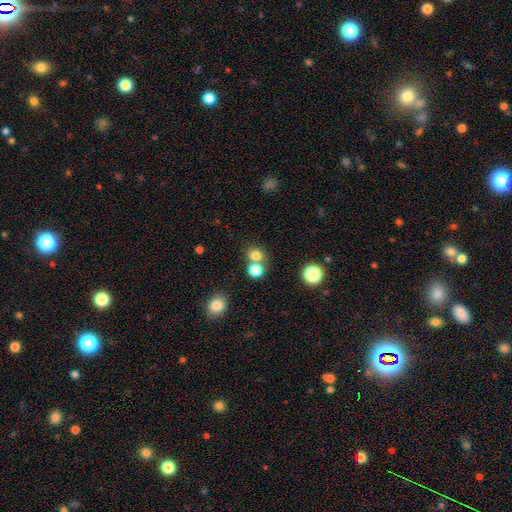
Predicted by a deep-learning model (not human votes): Smooth or featured? Predicted: smooth (p=0.77). How rounded? Predicted: round (p=0.84). Merging? Predicted: none (p=0.57).